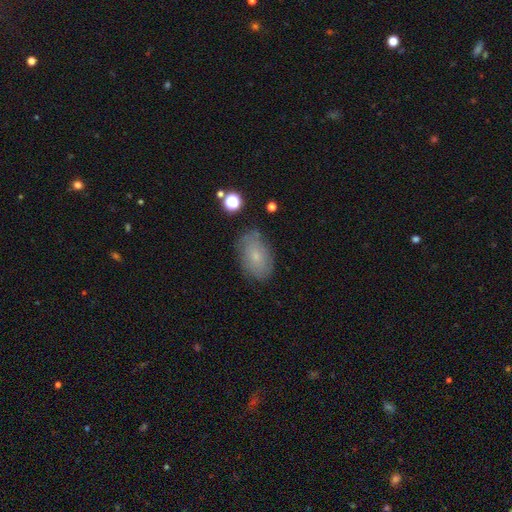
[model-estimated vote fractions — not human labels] The model was most divided on "smooth or featured": smooth: 62%, featured or disk: 28%, star or artifact: 10%. More confident: how rounded — in between (87%); merging — none (75%).